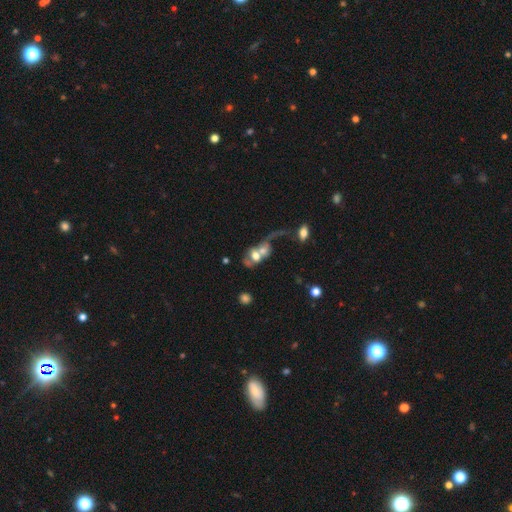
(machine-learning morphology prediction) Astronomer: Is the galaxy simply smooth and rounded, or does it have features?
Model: smooth — 47% (runner-up: featured or disk, 42%).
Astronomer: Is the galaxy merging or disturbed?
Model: merger — 69%.